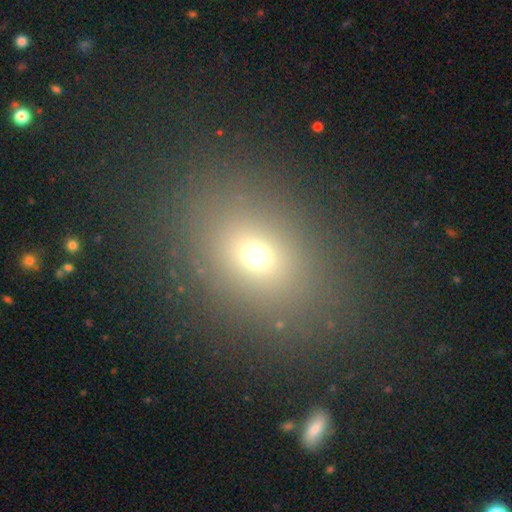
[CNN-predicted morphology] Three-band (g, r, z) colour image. It shows a smooth galaxy with no disk features (67%) that is in between round and cigar-shaped (57%). Merging: none (84%).